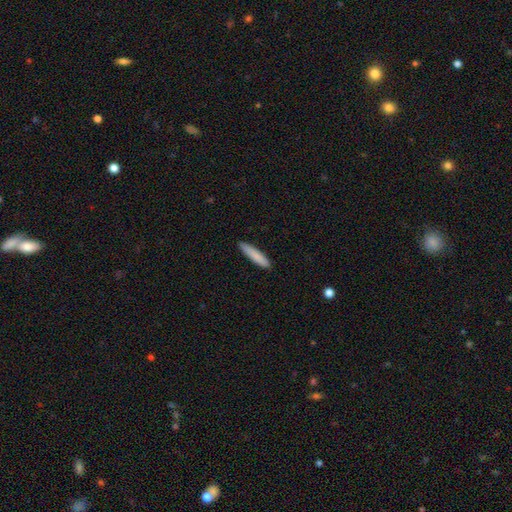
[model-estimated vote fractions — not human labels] smooth-or-featured: smooth: 84% | featured or disk: 10% | star or artifact: 6%
  how-rounded: cigar-shaped: 87% | in between: 12% | round: 1%
  merging: none: 88% | minor disturbance: 9% | major disturbance: 2% | merger: 1%